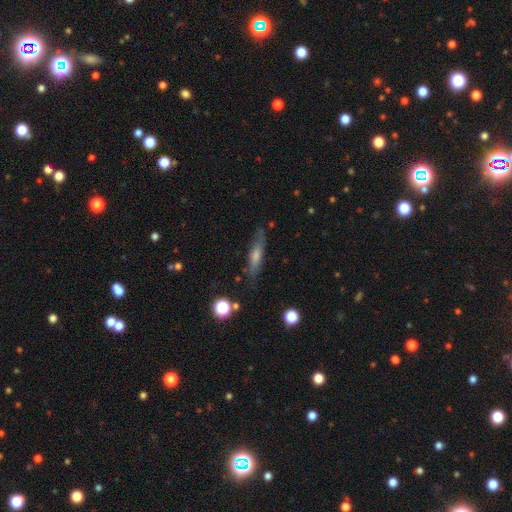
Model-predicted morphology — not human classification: A smooth galaxy with no disk features (45%). Merging: none (80%).